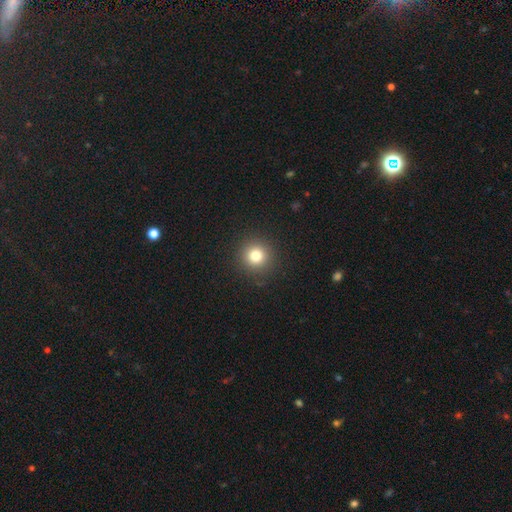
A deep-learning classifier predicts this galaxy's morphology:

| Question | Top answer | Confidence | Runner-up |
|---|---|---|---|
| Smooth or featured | smooth | 79% | star or artifact (14%) |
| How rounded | round | 95% | in between (4%) |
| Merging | none | 92% | minor disturbance (5%) |